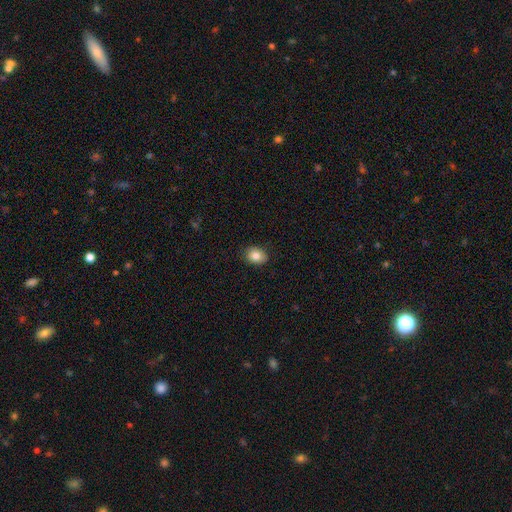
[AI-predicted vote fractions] This is clearly a smooth galaxy (84%). How rounded: likely in between (63%). Merging: clearly none (86%).